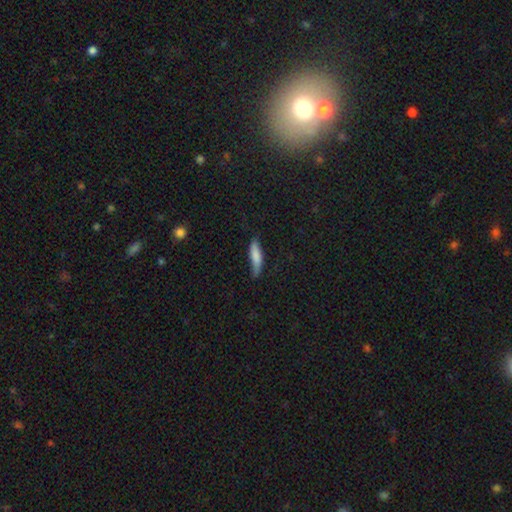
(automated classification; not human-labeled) Smooth or featured: smooth — 75% (featured or disk — 19%)
How rounded: cigar-shaped — 67% (in between — 31%)
Merging: none — 59% (minor disturbance — 31%)